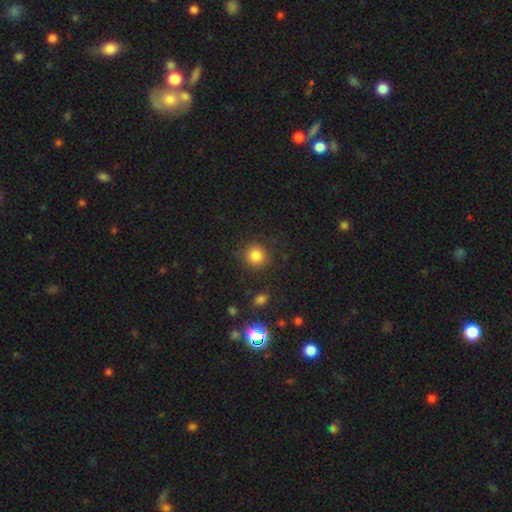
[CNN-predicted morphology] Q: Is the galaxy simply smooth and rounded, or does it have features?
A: smooth — 83%.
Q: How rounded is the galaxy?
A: round — 91%.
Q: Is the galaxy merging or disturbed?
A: none — 86%.